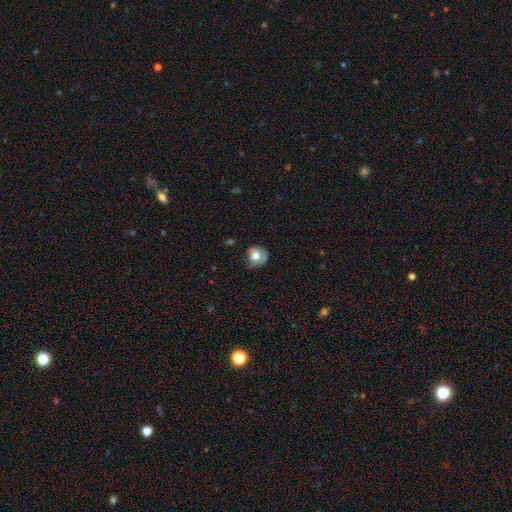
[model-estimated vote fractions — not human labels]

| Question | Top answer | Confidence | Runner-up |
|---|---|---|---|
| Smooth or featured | smooth | 65% | featured or disk (26%) |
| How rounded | round | 70% | in between (29%) |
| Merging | none | 42% | minor disturbance (33%) |